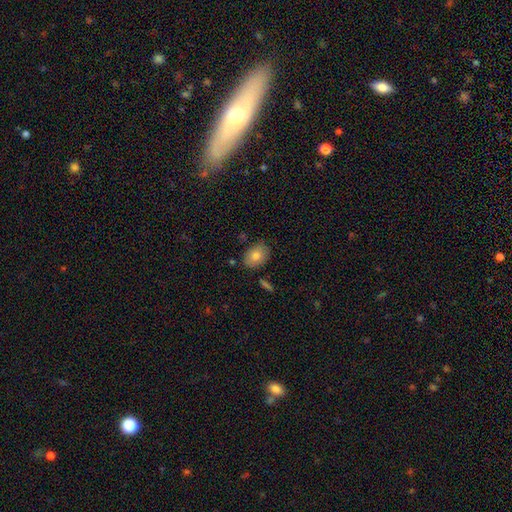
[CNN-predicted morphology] type=smooth (80%); roundness=in between (74%); merging=none (79%).